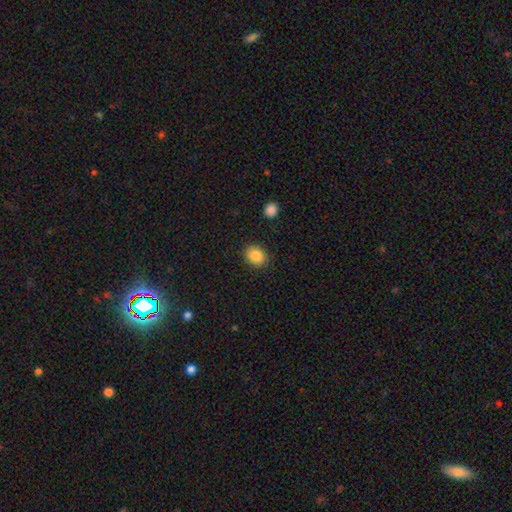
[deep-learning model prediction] Smooth or featured?
  - smooth: 86% *
  - star or artifact: 9%
  - featured or disk: 5%
How rounded?
  - round: 54% *
  - in between: 45%
  - cigar-shaped: 1%
Merging?
  - none: 87% *
  - minor disturbance: 8%
  - major disturbance: 3%
  - merger: 2%